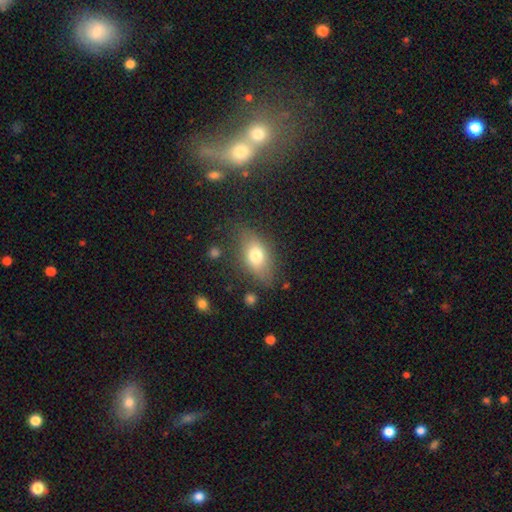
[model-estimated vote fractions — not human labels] smooth_or_featured: smooth (p=0.71) [alt: featured or disk p=0.20]
how_rounded: in between (p=0.83) [alt: round p=0.10]
merging: none (p=0.73) [alt: minor disturbance p=0.18]